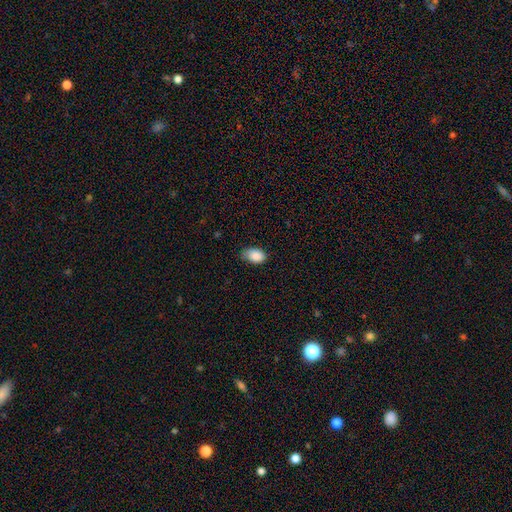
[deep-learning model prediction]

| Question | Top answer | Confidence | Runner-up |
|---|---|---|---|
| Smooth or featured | smooth | 88% | star or artifact (7%) |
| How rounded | in between | 89% | round (10%) |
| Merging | none | 63% | minor disturbance (31%) |